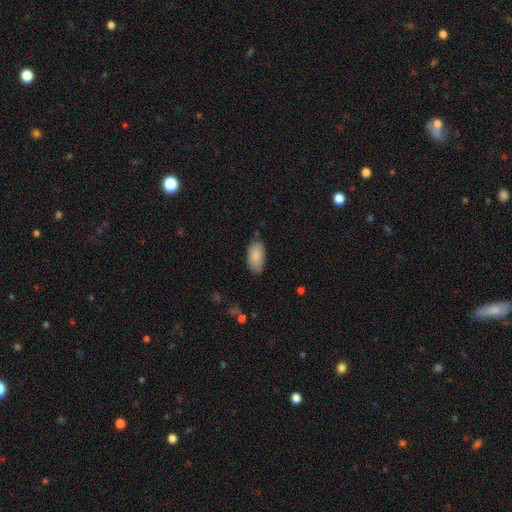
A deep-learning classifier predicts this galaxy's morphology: A smooth galaxy with no disk features (87%) that is in between round and cigar-shaped (94%). Merging: none (78%).